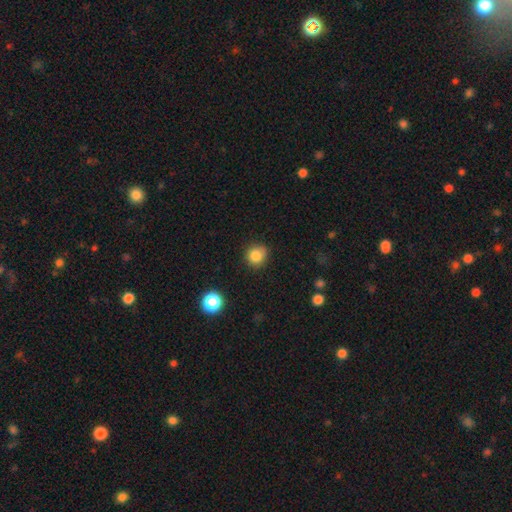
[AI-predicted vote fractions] Smooth or featured: smooth — 84% (star or artifact — 11%)
How rounded: round — 81% (in between — 18%)
Merging: none — 78% (minor disturbance — 17%)